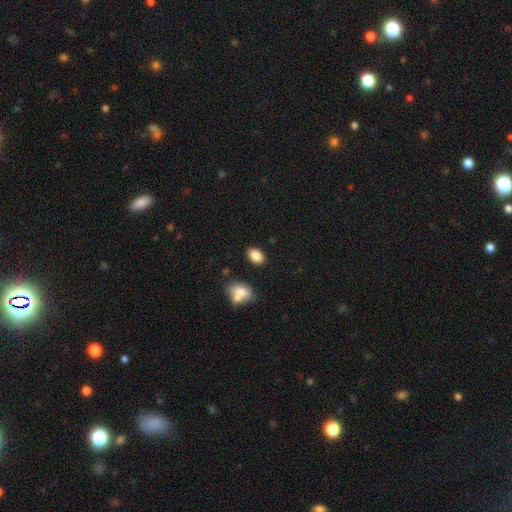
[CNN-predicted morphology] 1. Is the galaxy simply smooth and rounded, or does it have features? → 85% smooth, 8% star or artifact, 6% featured or disk.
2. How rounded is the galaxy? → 86% in between, 12% round, 2% cigar-shaped.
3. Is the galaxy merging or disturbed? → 83% none, 10% minor disturbance, 4% merger, 3% major disturbance.